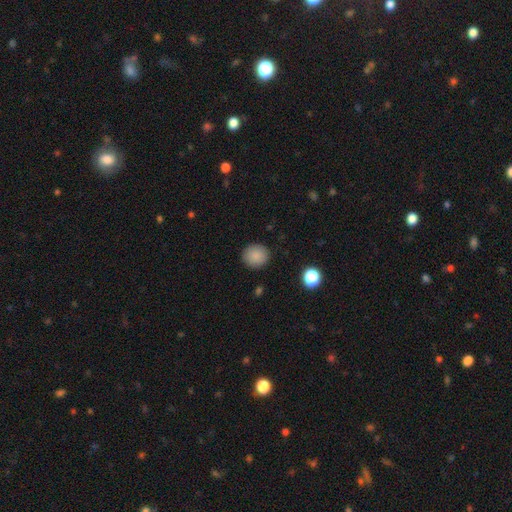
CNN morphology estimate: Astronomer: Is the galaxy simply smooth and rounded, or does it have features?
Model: smooth — 87%.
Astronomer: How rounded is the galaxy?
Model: round — 89%.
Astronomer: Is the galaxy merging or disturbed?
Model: none — 90%.